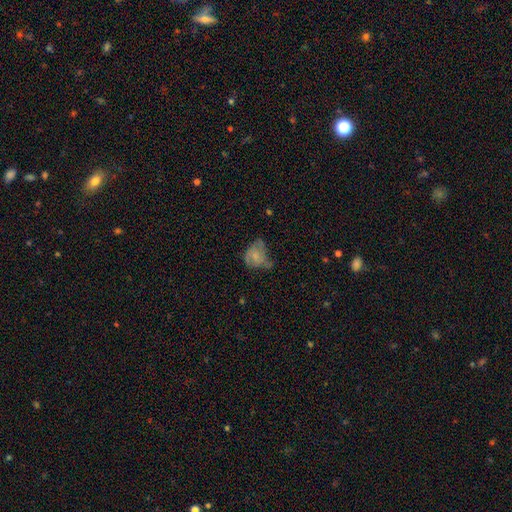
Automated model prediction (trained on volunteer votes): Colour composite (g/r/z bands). It shows a smooth galaxy with no disk features (51%) that is in between round and cigar-shaped (61%). Merging: minor disturbance (34%).